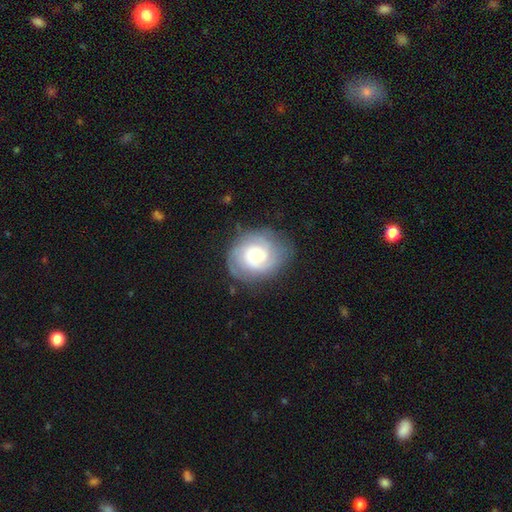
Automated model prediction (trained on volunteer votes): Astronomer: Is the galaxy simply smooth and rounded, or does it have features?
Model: featured or disk — 66%.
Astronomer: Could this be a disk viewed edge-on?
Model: no — 98%.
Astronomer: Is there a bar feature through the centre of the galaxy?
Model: no — 73%.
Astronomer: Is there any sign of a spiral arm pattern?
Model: yes — 91%.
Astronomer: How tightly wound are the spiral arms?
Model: tight — 59%.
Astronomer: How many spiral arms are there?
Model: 2 — 37% (runner-up: can't tell, 29%).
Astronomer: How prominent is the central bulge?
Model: small — 35% (runner-up: large, 27%).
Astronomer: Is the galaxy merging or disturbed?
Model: none — 72%.